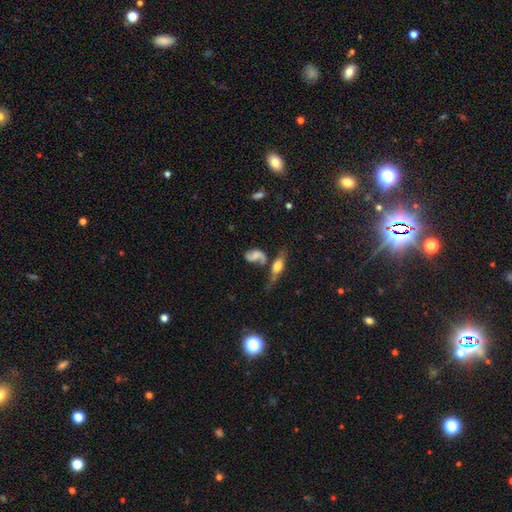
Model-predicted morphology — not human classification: Overall: featured or disk (58%; smooth 32%). Edge-on disk: no (91%). Bar: no (60%; weak 31%). Spiral arms: yes (83%). Bulge size: none (36%; small 28%). Merging: none (36%; merger 29%).